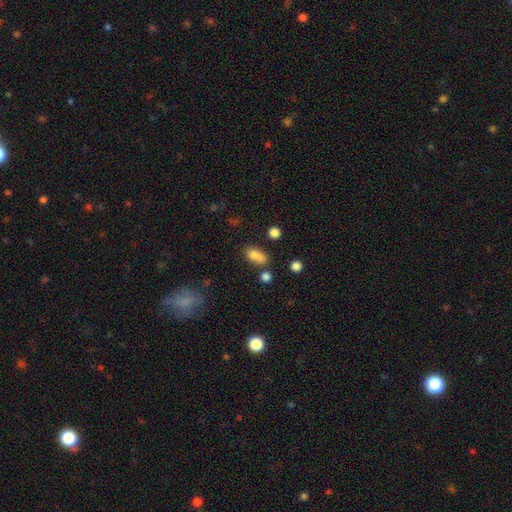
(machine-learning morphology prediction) Smooth or featured: smooth — 78% (star or artifact — 12%)
How rounded: in between — 76% (round — 16%)
Merging: none — 50% (merger — 25%)